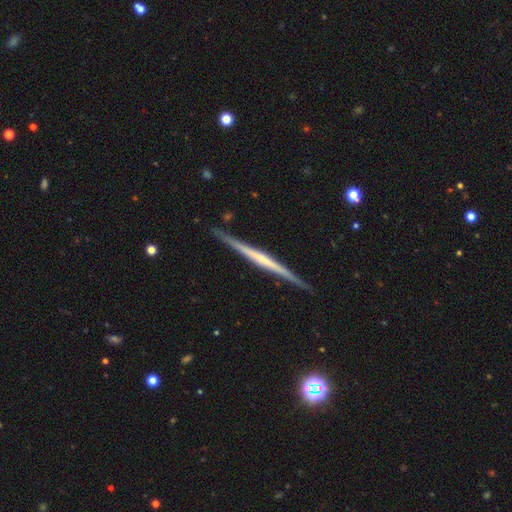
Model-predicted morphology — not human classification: type=featured or disk (74%); edge-on=yes (98%); edge-on bulge=none (69%); merging=none (90%).